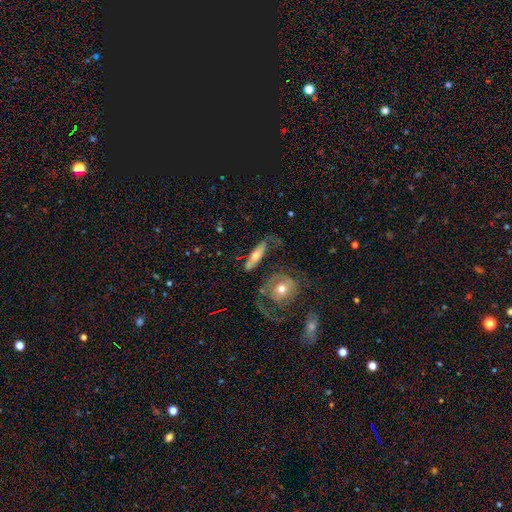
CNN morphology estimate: smooth-or-featured: smooth: 48% | featured or disk: 45% | star or artifact: 7%
  merging: none: 55% | minor disturbance: 21% | major disturbance: 13% | merger: 11%